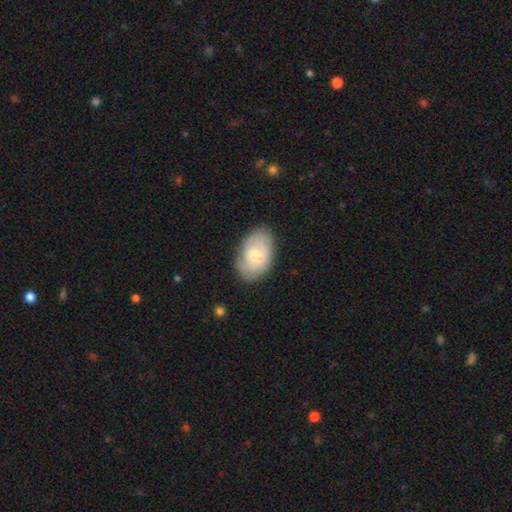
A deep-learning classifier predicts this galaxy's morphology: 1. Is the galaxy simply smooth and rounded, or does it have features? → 58% smooth, 36% featured or disk, 7% star or artifact.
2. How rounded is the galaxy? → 88% in between, 11% round, 1% cigar-shaped.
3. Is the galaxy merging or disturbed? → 68% none, 24% minor disturbance, 7% major disturbance, 2% merger.